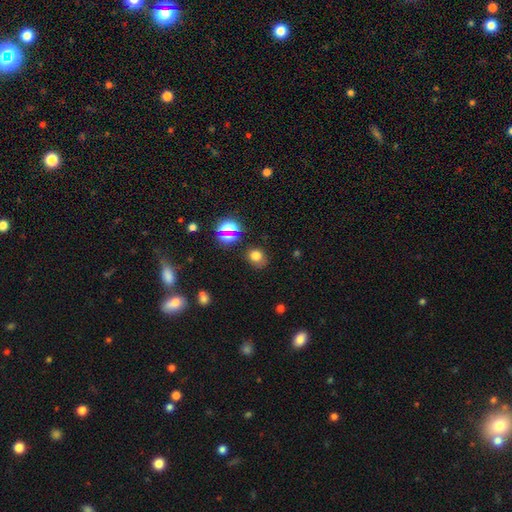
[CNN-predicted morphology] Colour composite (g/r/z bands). It shows a smooth galaxy with no disk features (70%) that is round (62%). Merging: none (73%).